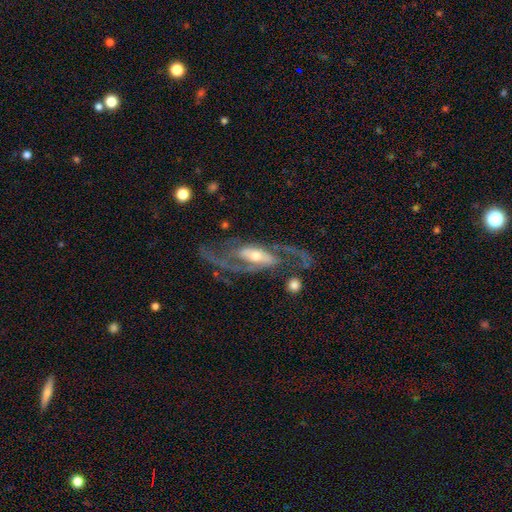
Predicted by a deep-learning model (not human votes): Morphology: type=featured or disk (88%); edge-on=no (92%); bar=weak (34%, tied with no); spiral arms=yes (93%); winding=medium (45%); arm count=2 (88%); bulge=moderate (57%); merging=none (57%).